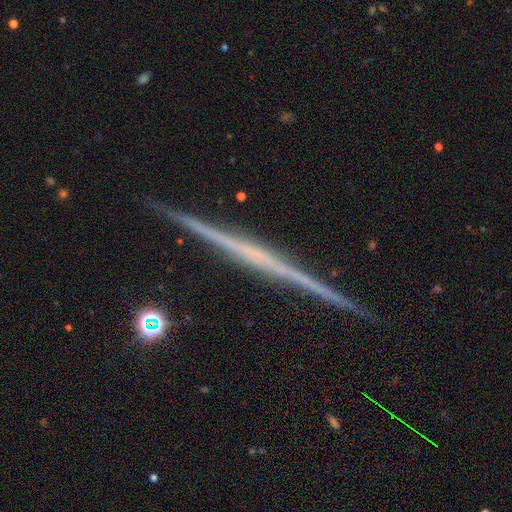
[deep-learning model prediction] The model was most divided on "smooth or featured": featured or disk: 79%, smooth: 14%, star or artifact: 7%. More confident: edge-on disk — yes (99%); merging — none (92%); edge-on bulge — none (79%).